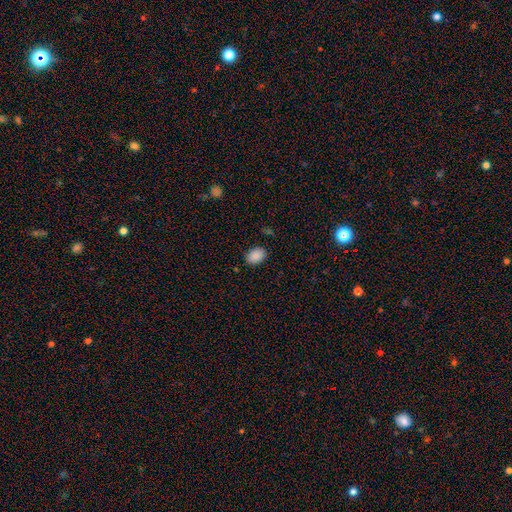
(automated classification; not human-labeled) Overall: smooth (89%). How rounded: in between (77%). Merging: none (85%).